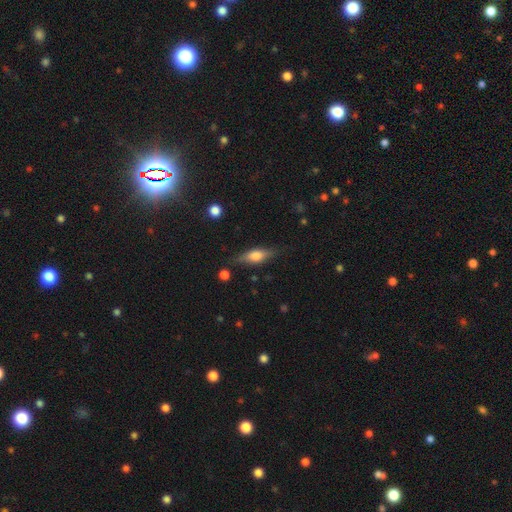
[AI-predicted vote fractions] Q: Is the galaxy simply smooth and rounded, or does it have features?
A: smooth — 53%.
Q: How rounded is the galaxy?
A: in between — 58%.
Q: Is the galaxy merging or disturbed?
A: none — 79%.